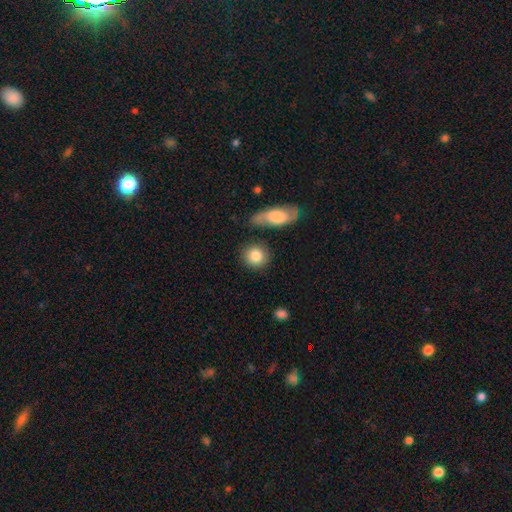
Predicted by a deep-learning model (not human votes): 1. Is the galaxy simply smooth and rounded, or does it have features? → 84% smooth, 9% featured or disk, 7% star or artifact.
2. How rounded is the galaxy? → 84% round, 14% in between, 2% cigar-shaped.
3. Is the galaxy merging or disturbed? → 80% none, 10% minor disturbance, 7% merger, 3% major disturbance.